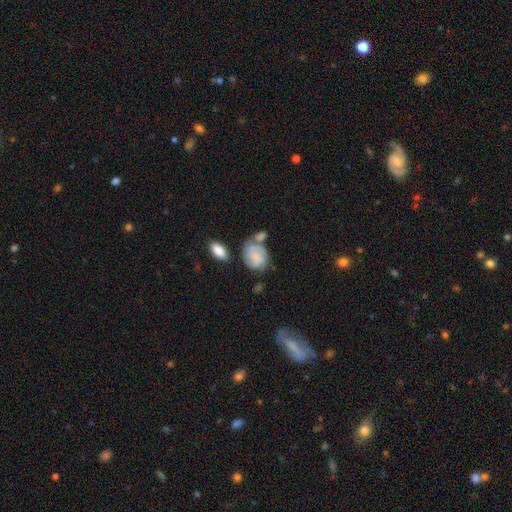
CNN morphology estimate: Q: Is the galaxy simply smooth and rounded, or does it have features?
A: featured or disk — 50%.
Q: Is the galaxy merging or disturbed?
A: none — 43%.